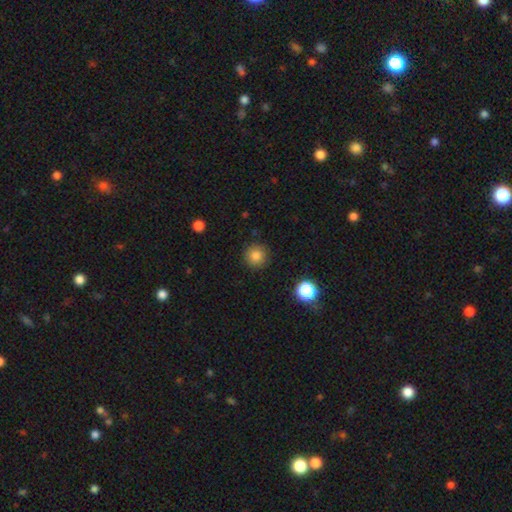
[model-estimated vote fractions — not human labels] The model was most divided on "smooth or featured": smooth: 82%, star or artifact: 12%, featured or disk: 6%. More confident: how rounded — round (95%); merging — none (91%).